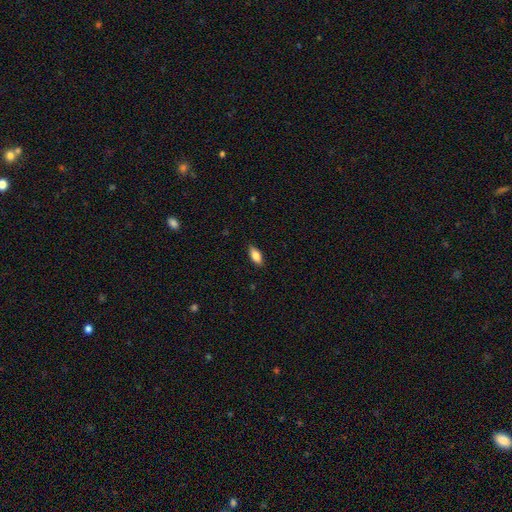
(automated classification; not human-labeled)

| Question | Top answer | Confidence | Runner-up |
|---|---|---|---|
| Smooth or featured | smooth | 81% | featured or disk (12%) |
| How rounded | in between | 85% | cigar-shaped (12%) |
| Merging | none | 87% | minor disturbance (10%) |